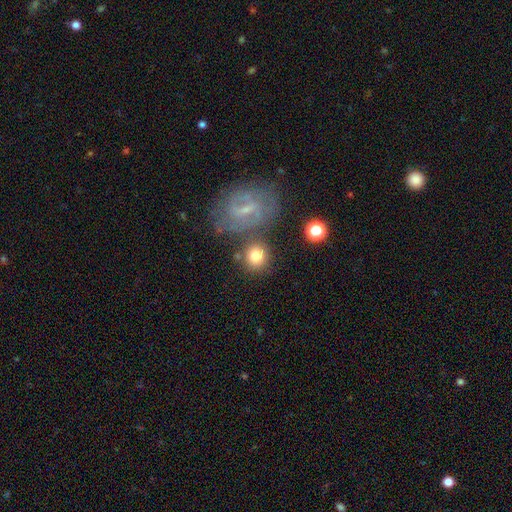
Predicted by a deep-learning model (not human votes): smooth 74%, featured or disk 17%, star or artifact 9%. Down the decision tree: how rounded — round (85%); merging — none (68%).